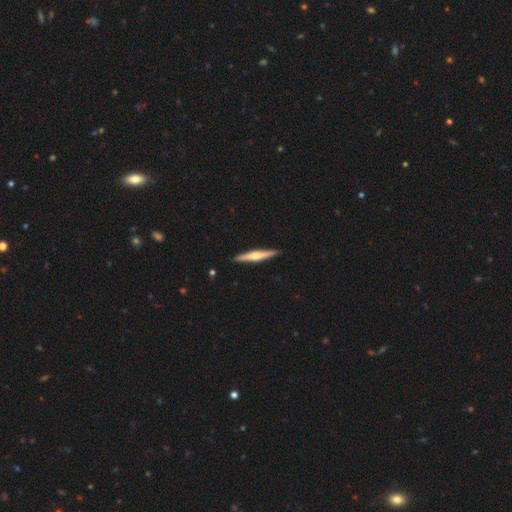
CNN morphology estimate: type=featured or disk (60%); edge-on=yes (98%); edge-on bulge=rounded (79%); merging=none (92%).